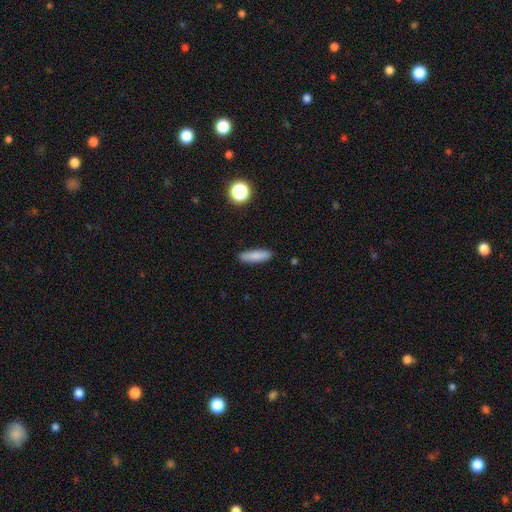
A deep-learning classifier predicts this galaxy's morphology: Overall: smooth (84%). How rounded: cigar-shaped (66%; in between 32%). Merging: none (89%).